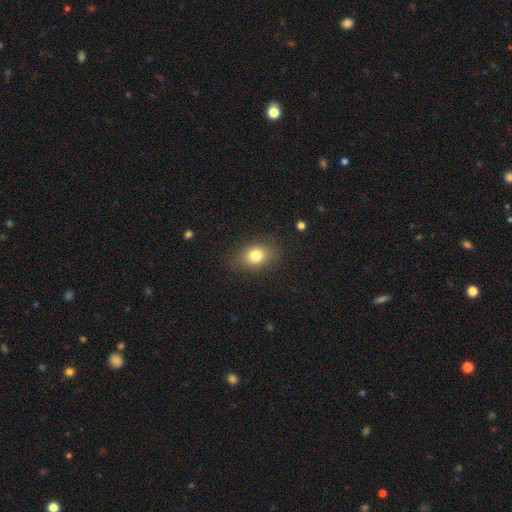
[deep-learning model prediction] smooth-or-featured: smooth: 79% | star or artifact: 11% | featured or disk: 10%
  how-rounded: in between: 64% | round: 34% | cigar-shaped: 1%
  merging: none: 84% | minor disturbance: 11% | major disturbance: 4% | merger: 1%